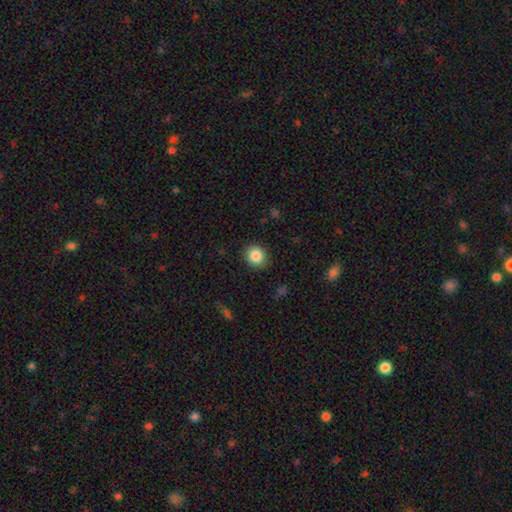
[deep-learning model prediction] The model was most divided on "how rounded": round: 79%, in between: 20%, cigar-shaped: 1%. More confident: merging — none (89%); smooth or featured — smooth (86%).